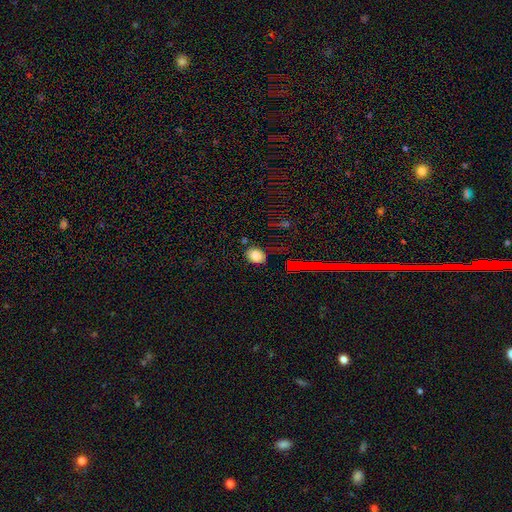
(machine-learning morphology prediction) Q: Smooth or featured?
A: smooth (80%); runner-up: star or artifact (13%)
Q: How rounded?
A: in between (63%); runner-up: round (36%)
Q: Merging?
A: none (78%); runner-up: minor disturbance (15%)